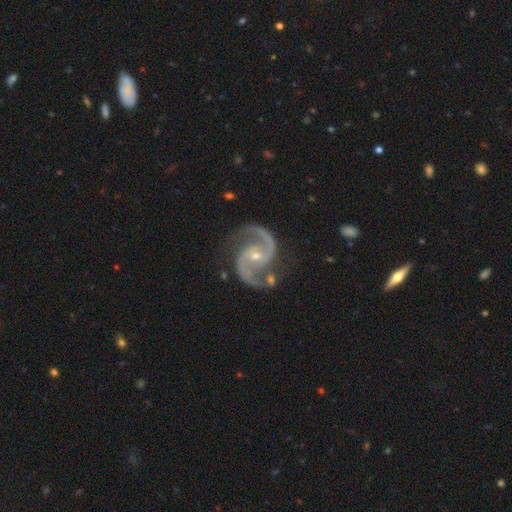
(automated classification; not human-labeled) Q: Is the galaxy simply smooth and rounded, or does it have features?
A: featured or disk — 94%.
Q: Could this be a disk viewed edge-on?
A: no — 98%.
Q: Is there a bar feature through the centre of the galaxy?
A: no — 49%.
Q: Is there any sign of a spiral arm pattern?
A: yes — 99%.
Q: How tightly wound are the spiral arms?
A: medium — 68%.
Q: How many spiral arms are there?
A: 2 — 94%.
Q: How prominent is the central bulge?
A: small — 66%.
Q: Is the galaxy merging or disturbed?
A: none — 74%.